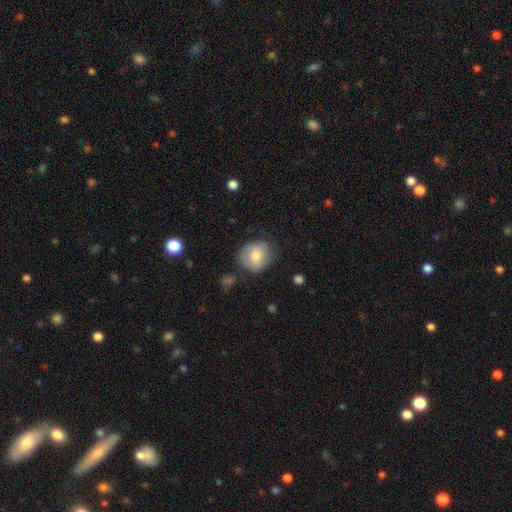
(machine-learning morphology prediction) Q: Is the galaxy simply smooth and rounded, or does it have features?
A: smooth — 68%.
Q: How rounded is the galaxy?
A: round — 68%.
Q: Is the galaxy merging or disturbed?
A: none — 58%.